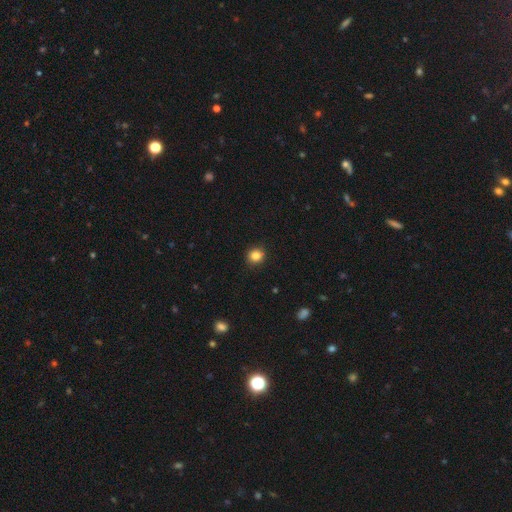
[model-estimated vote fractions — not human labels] The model was most divided on "smooth or featured": smooth: 84%, star or artifact: 12%, featured or disk: 5%. More confident: merging — none (91%); how rounded — round (90%).